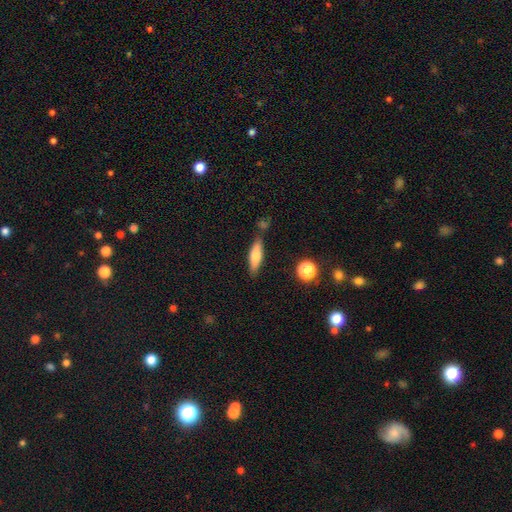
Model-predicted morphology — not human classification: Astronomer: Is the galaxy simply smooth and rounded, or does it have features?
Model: smooth — 64%.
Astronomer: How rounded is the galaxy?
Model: cigar-shaped — 57% (runner-up: in between, 40%).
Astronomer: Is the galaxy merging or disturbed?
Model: none — 76%.